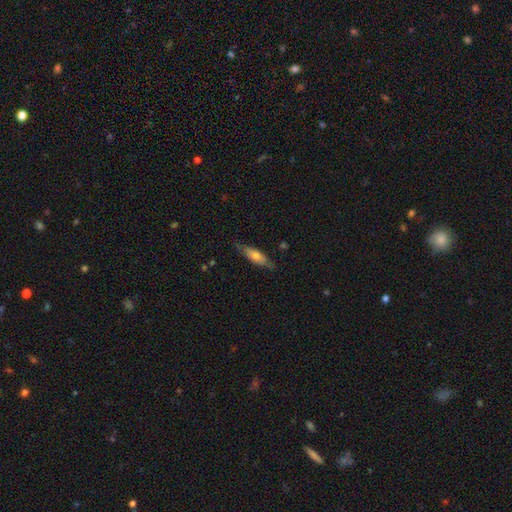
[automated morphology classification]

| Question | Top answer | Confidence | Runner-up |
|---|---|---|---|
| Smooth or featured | smooth | 56% | featured or disk (38%) |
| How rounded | in between | 52% | cigar-shaped (45%) |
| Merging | none | 72% | minor disturbance (22%) |